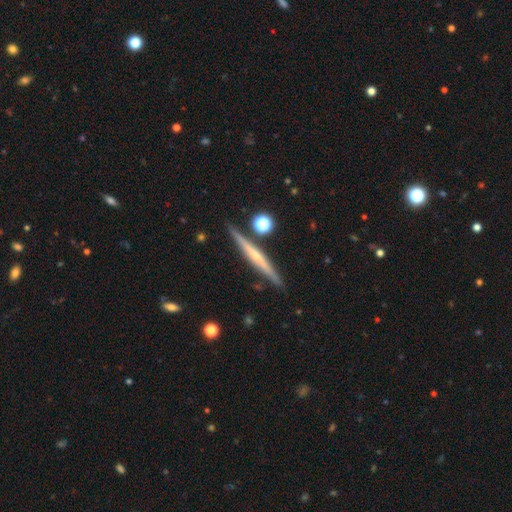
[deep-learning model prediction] A featured or disk galaxy (63%) viewed edge-on (97%) with no central bulge (51%).

Vote fractions:
- Smooth or featured? featured or disk: 63% / smooth: 30% / star or artifact: 7%
- Edge-on disk? yes: 97% / no: 3%
- Edge-on bulge? none: 51% / rounded: 41% / boxy: 8%
- Merging? none: 87% / minor disturbance: 8% / merger: 3% / major disturbance: 2%